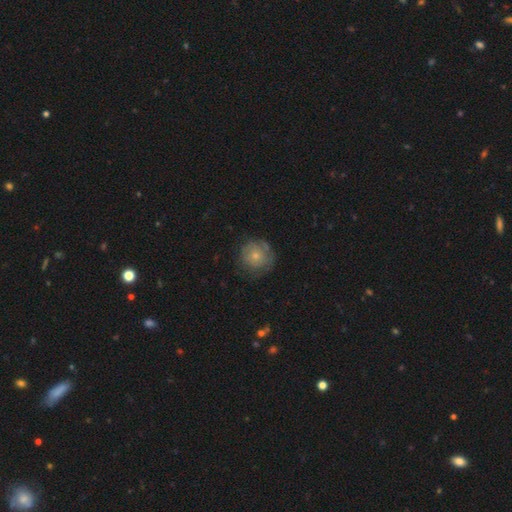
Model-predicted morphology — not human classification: smooth-or-featured: smooth: 63% | featured or disk: 29% | star or artifact: 8%
  how-rounded: round: 91% | in between: 8% | cigar-shaped: 1%
  merging: none: 67% | minor disturbance: 22% | major disturbance: 9% | merger: 2%